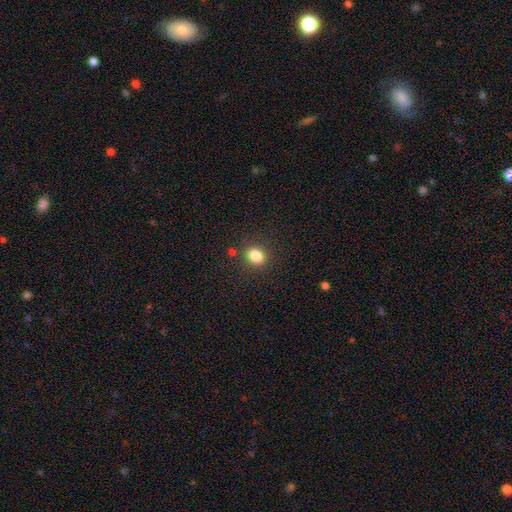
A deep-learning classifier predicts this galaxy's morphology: A smooth galaxy with no disk features (84%) that is in between round and cigar-shaped (62%). Merging: none (84%).